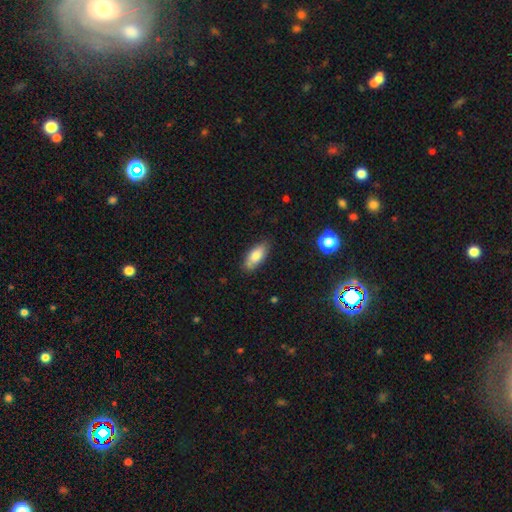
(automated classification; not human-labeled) Morphology: type=smooth (80%); roundness=in between (85%); merging=none (78%).